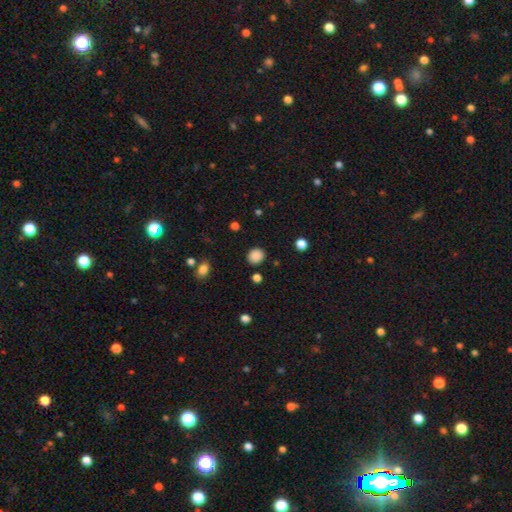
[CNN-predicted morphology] A smooth galaxy with no disk features (86%) that is round (74%). Merging: none (86%).